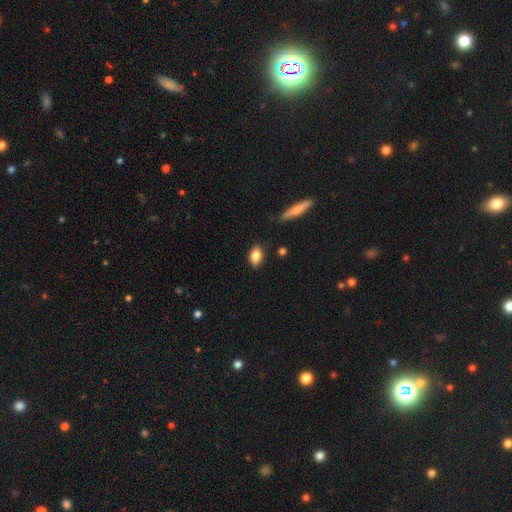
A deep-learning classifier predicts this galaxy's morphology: smooth-or-featured: smooth: 81% | featured or disk: 12% | star or artifact: 8%
  how-rounded: in between: 84% | round: 11% | cigar-shaped: 5%
  merging: none: 81% | minor disturbance: 14% | major disturbance: 3% | merger: 2%